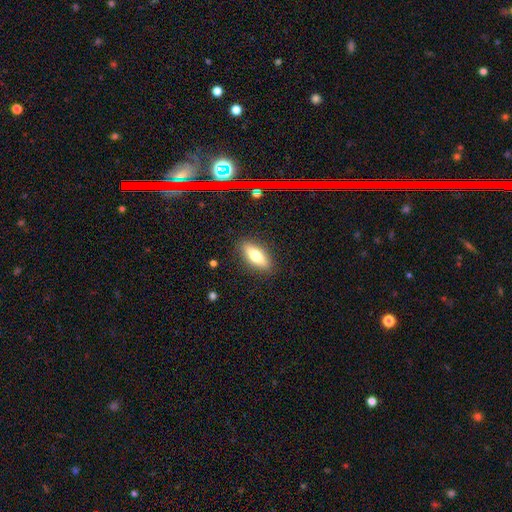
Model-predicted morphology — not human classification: Smooth or featured? smooth (70%)
How rounded? in between (76%)
Merging? none (87%)